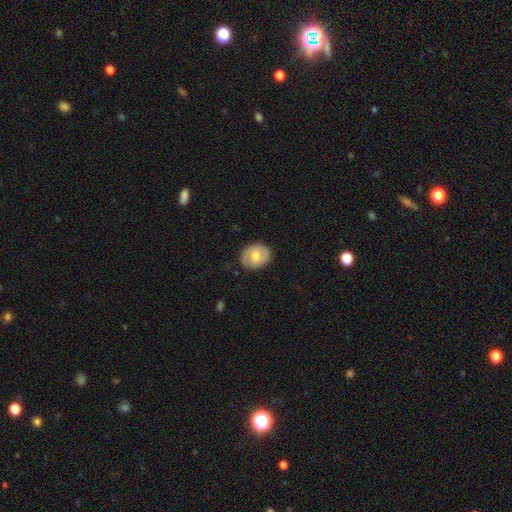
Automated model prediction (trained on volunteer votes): Overall: smooth (54%; featured or disk 39%). How rounded: round (52%; in between 47%). Merging: none (83%).